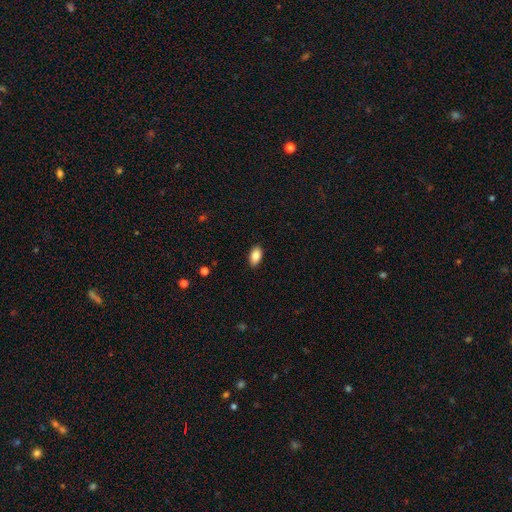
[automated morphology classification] Smooth or featured? smooth (86%)
How rounded? in between (93%)
Merging? none (88%)